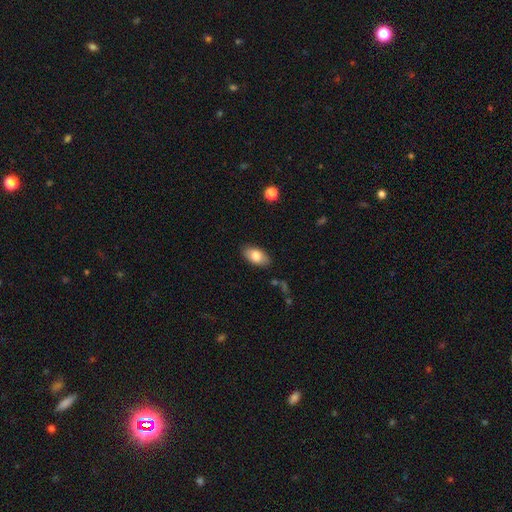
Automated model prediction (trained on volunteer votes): This is likely a smooth galaxy (79%). How rounded: clearly in between (93%). Merging: clearly none (85%).